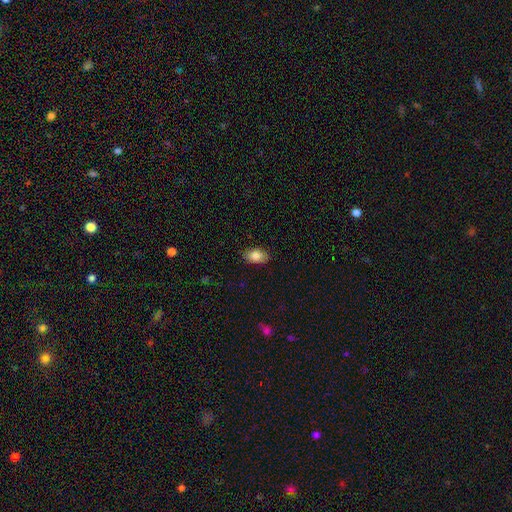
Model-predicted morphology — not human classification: smooth_or_featured: smooth (p=0.86) [alt: star or artifact p=0.07]
how_rounded: in between (p=0.90) [alt: round p=0.08]
merging: none (p=0.86) [alt: minor disturbance p=0.10]